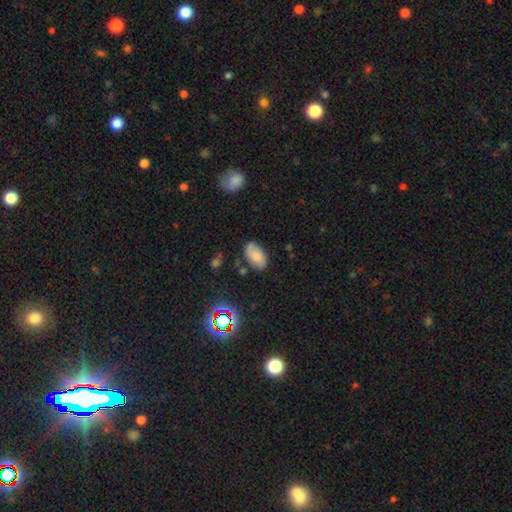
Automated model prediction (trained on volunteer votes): Smooth or featured? smooth (70%)
How rounded? in between (93%)
Merging? none (70%)